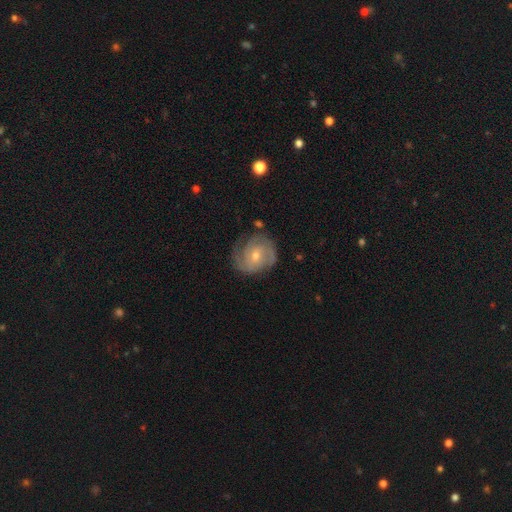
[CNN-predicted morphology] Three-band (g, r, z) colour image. It shows a featured or disk galaxy (83%) with no bar (62%), 2 (45%) tight (64%) spiral arms (95%) and a small central bulge (54%). Merging: none (74%).